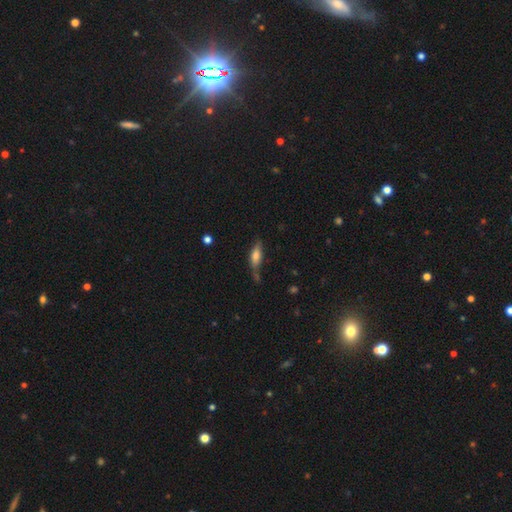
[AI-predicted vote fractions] A smooth galaxy with no disk features (62%) that is in between round and cigar-shaped (58%).

Vote fractions:
- Smooth or featured? smooth: 62% / featured or disk: 31% / star or artifact: 8%
- How rounded? in between: 58% / cigar-shaped: 39% / round: 3%
- Merging? none: 52% / minor disturbance: 28% / major disturbance: 11% / merger: 8%